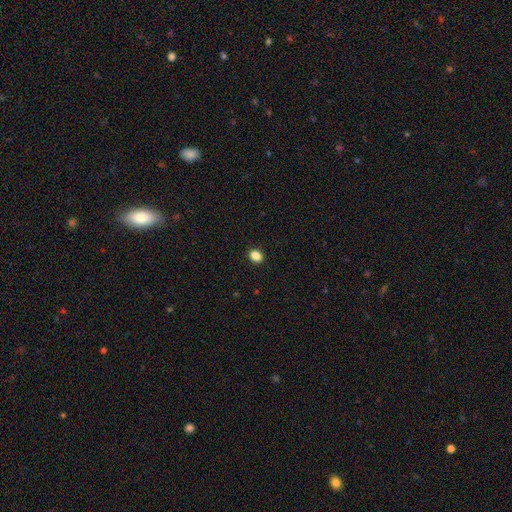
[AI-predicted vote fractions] smooth 86%, star or artifact 10%, featured or disk 3%. Down the decision tree: how rounded — in between (57%); merging — none (92%).